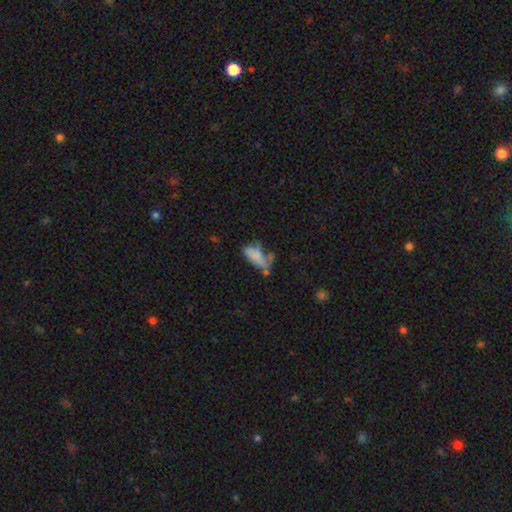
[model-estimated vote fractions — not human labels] This appears to be a smooth galaxy with no disk features (63%) that is in between round and cigar-shaped (76%). Merging: major disturbance (31%).